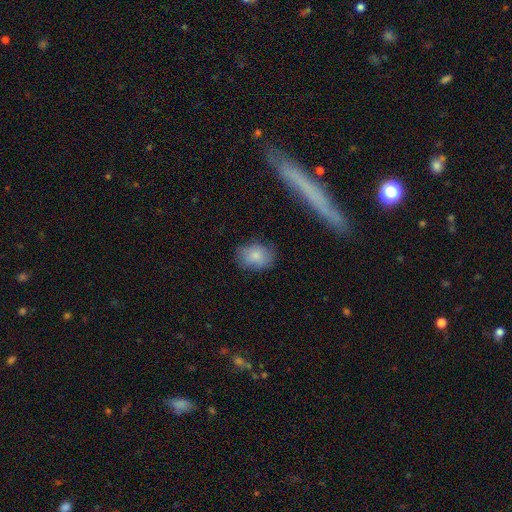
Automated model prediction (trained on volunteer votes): A smooth galaxy with no disk features (83%) that is in between round and cigar-shaped (67%).

Vote fractions:
- Smooth or featured? smooth: 83% / featured or disk: 10% / star or artifact: 8%
- How rounded? in between: 67% / round: 32% / cigar-shaped: 1%
- Merging? none: 76% / minor disturbance: 18% / major disturbance: 5% / merger: 2%